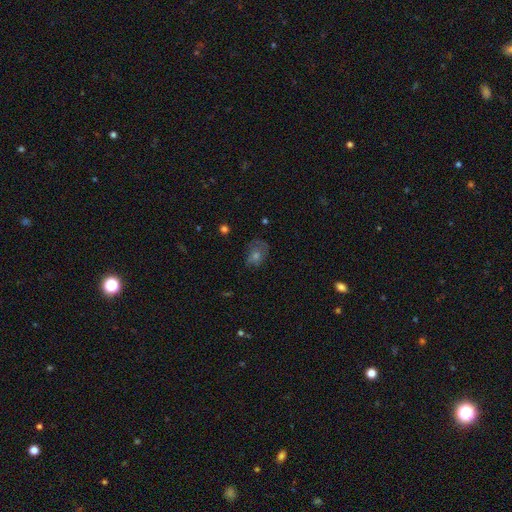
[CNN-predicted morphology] type=smooth (46%); merging=none (59%).